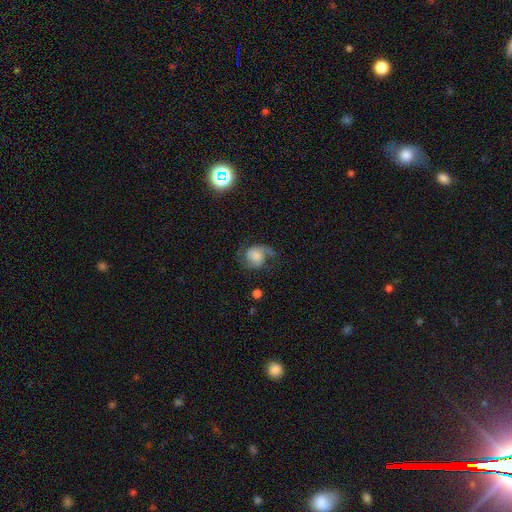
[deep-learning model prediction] This is likely a featured or disk galaxy (62%). It is clearly not viewed edge-on (97%). Bar: likely no (72%). Spiral arm pattern: clearly yes (91%). Spiral arm count: clearly 2 (83%). Spiral winding: marginally medium (42%). Central bulge: marginally small (26%). Merging: possibly none (56%).